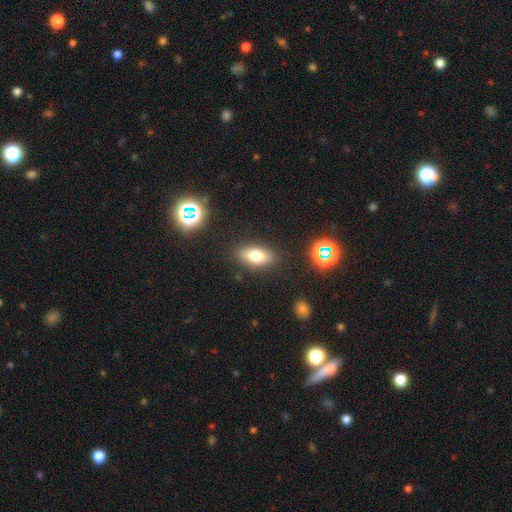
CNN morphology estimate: smooth_or_featured: smooth (p=0.71) [alt: featured or disk p=0.17]
how_rounded: in between (p=0.82) [alt: cigar-shaped p=0.11]
merging: none (p=0.86) [alt: minor disturbance p=0.09]